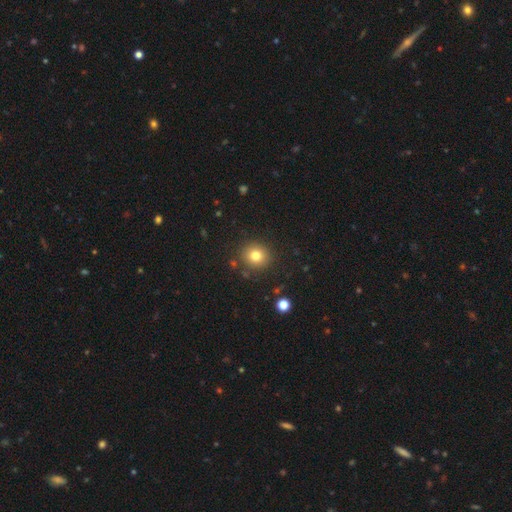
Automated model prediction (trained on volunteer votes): The model was most divided on "smooth or featured": smooth: 79%, star or artifact: 12%, featured or disk: 8%. More confident: merging — none (88%); how rounded — round (85%).